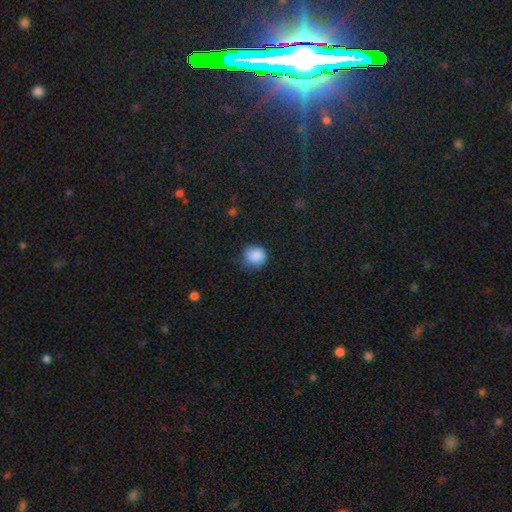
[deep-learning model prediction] smooth-or-featured: smooth: 87% | star or artifact: 8% | featured or disk: 5%
  how-rounded: round: 82% | in between: 17% | cigar-shaped: 1%
  merging: none: 68% | minor disturbance: 24% | major disturbance: 6% | merger: 1%